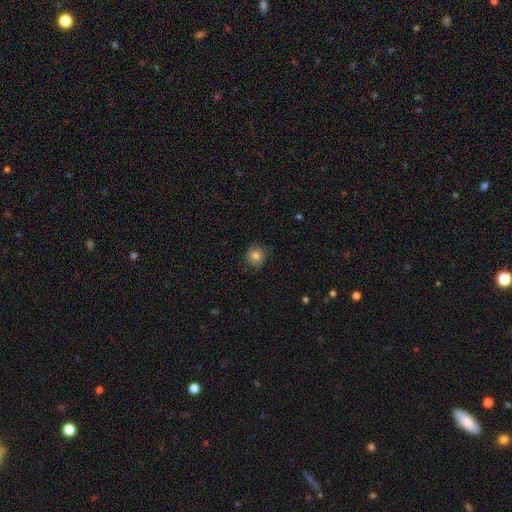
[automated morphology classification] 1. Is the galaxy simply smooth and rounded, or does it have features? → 81% smooth, 11% star or artifact, 8% featured or disk.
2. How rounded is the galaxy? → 87% round, 12% in between, 1% cigar-shaped.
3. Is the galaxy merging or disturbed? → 81% none, 14% minor disturbance, 3% major disturbance, 1% merger.